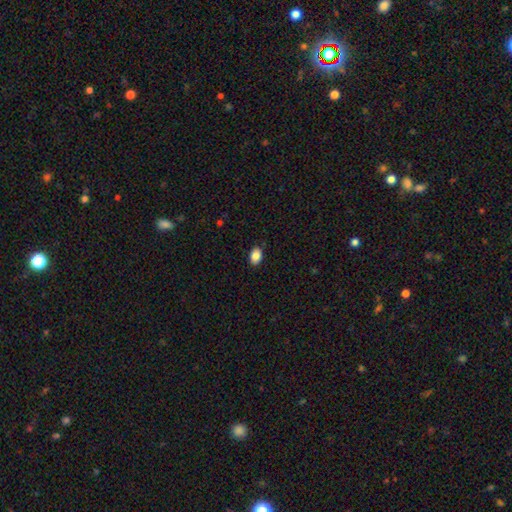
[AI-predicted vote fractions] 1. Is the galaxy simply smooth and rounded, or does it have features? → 87% smooth, 8% star or artifact, 4% featured or disk.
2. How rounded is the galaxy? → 81% in between, 18% round, 1% cigar-shaped.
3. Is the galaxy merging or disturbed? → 87% none, 10% minor disturbance, 2% major disturbance, 1% merger.